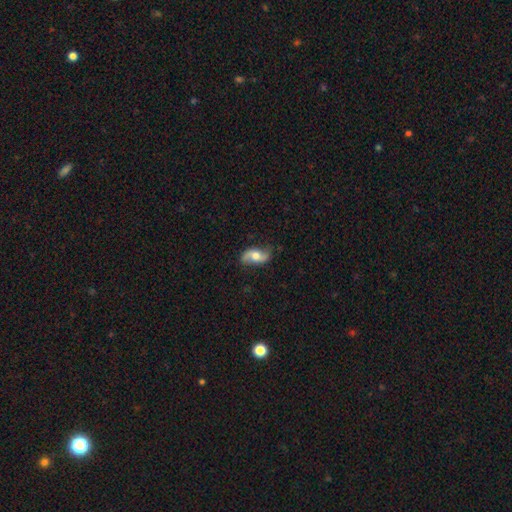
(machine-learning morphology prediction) Overall: featured or disk (65%; smooth 29%). Edge-on disk: no (92%). Bar: no (64%; weak 26%). Spiral arms: yes (89%). Spiral arm count: 2 (92%). Spiral winding: loose (77%). Bulge size: moderate (69%). Merging: none (77%).